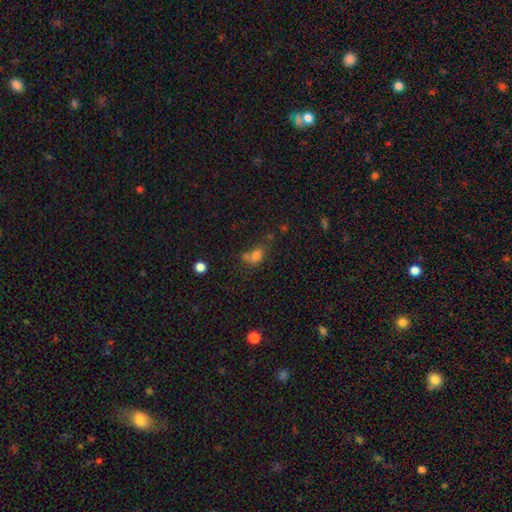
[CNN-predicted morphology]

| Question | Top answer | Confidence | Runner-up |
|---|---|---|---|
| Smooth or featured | smooth | 75% | star or artifact (15%) |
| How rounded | in between | 58% | round (40%) |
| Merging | none | 37% | tied: merger (37%) |